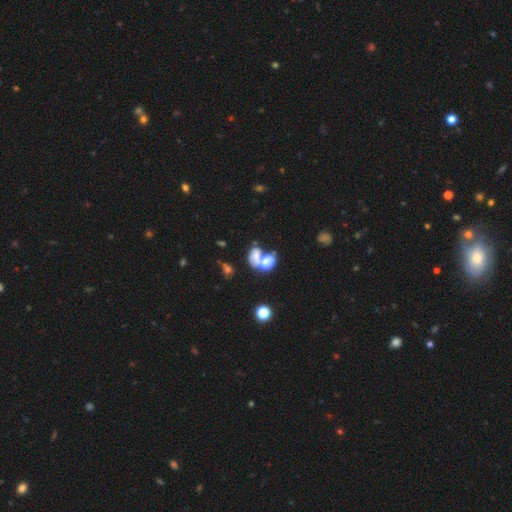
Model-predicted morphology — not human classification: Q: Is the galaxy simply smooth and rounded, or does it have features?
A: smooth — 59%.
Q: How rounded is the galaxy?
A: in between — 71%.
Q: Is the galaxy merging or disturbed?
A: merger — 69%.